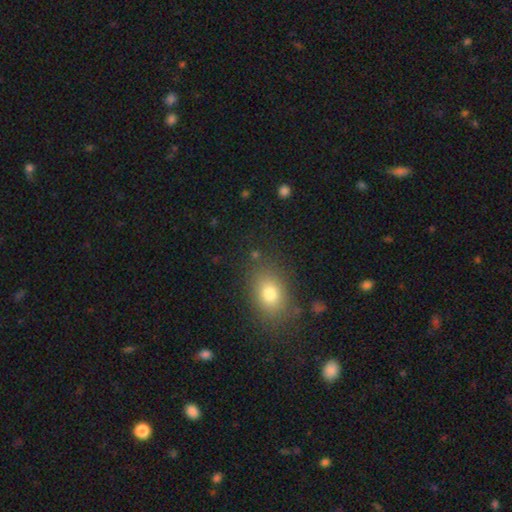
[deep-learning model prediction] This appears to be a smooth galaxy with no disk features (74%) that is in between round and cigar-shaped (66%). Merging: none (83%).